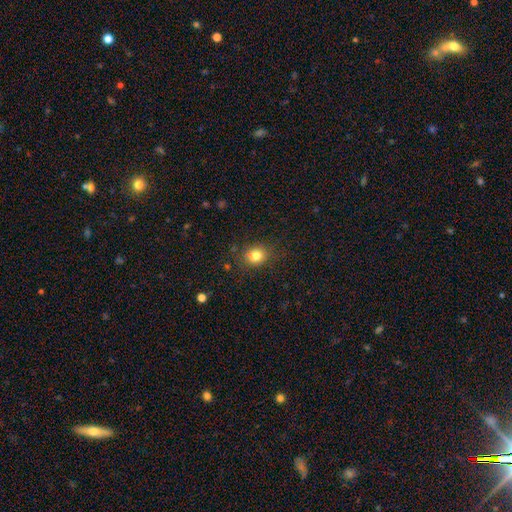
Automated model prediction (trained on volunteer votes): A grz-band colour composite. It shows a smooth galaxy with no disk features (82%) that is round (63%). Merging: none (82%).